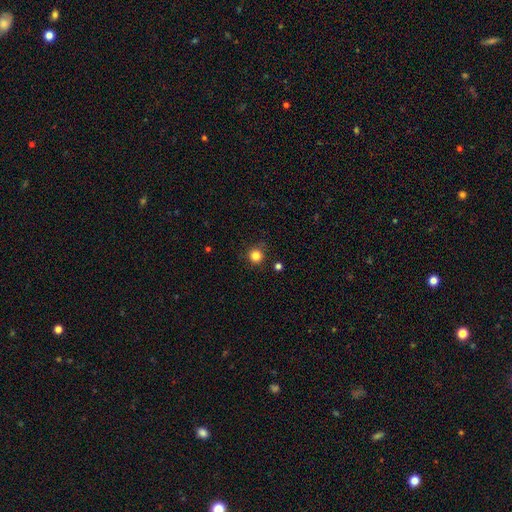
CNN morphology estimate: A smooth galaxy with no disk features (83%) that is round (94%).

Vote fractions:
- Smooth or featured? smooth: 83% / star or artifact: 12% / featured or disk: 4%
- How rounded? round: 94% / in between: 5% / cigar-shaped: 1%
- Merging? none: 85% / minor disturbance: 10% / major disturbance: 3% / merger: 2%